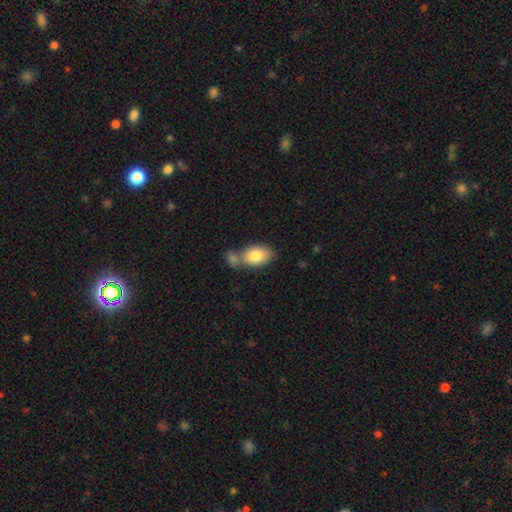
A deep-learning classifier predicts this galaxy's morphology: Smooth or featured? Predicted: smooth (p=0.82). How rounded? Predicted: in between (p=0.86). Merging? Predicted: none (p=0.45).